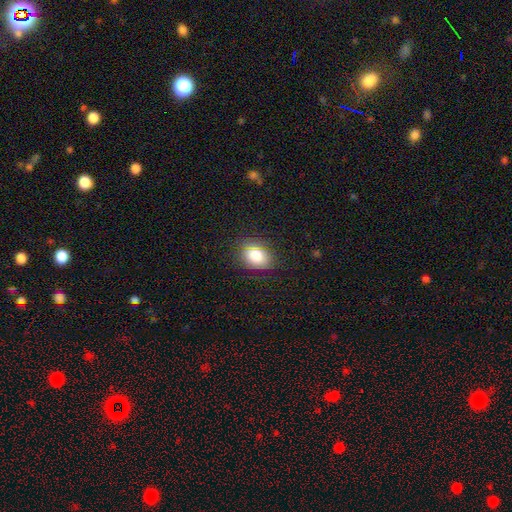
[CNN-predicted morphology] type=smooth (77%); roundness=in between (59%); merging=none (83%).